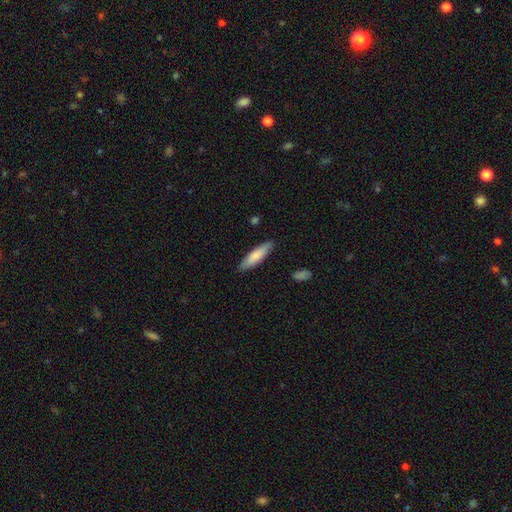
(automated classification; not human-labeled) Smooth or featured?
  - smooth: 78% *
  - featured or disk: 16%
  - star or artifact: 5%
How rounded?
  - cigar-shaped: 68% *
  - in between: 30%
  - round: 1%
Merging?
  - none: 86% *
  - minor disturbance: 11%
  - major disturbance: 2%
  - merger: 1%